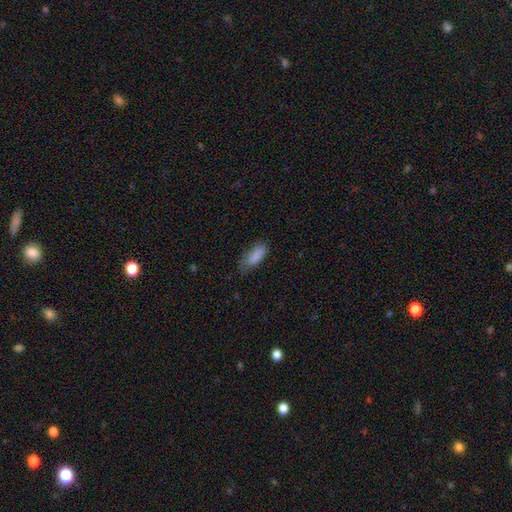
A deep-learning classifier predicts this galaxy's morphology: smooth-or-featured: smooth: 86% | star or artifact: 7% | featured or disk: 7%
  how-rounded: in between: 73% | cigar-shaped: 25% | round: 2%
  merging: none: 59% | minor disturbance: 31% | major disturbance: 8% | merger: 2%